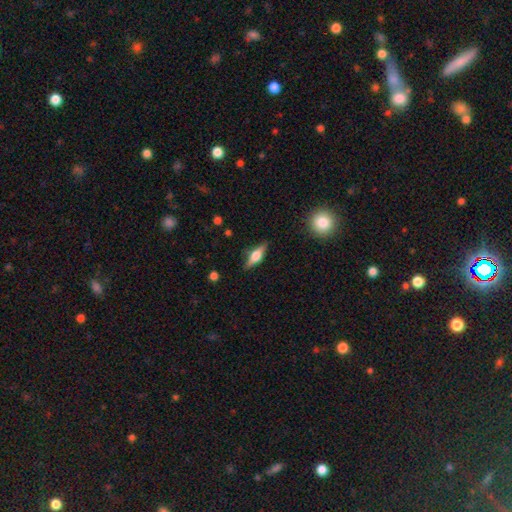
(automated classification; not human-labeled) Smooth or featured: featured or disk — 58% (smooth — 35%)
Edge-on disk: yes — 95% (no — 5%)
Edge-on bulge: rounded — 86% (boxy — 12%)
Merging: none — 83% (minor disturbance — 12%)